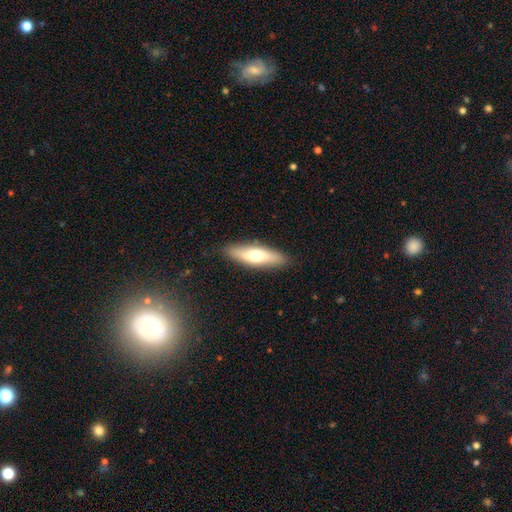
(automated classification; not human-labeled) The model was most divided on "how rounded": cigar-shaped: 58%, in between: 40%, round: 2%. More confident: merging — none (87%); smooth or featured — smooth (60%).